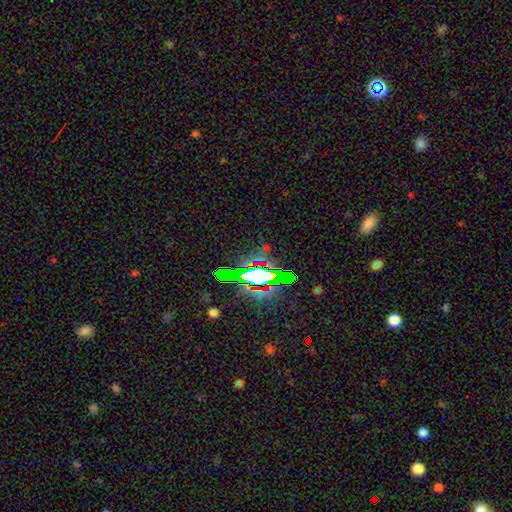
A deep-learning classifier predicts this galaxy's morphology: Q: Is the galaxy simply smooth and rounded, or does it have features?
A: star or artifact — 77%.